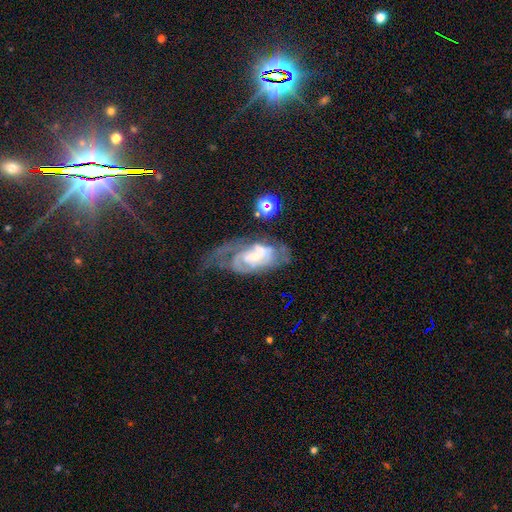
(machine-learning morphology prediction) Smooth or featured? Predicted: featured or disk (p=0.79). Edge-on disk? Predicted: no (p=0.94). Bar? Predicted: no (p=0.48). Spiral arms? Predicted: yes (p=0.89). Spiral winding? Predicted: tight (p=0.51). Spiral arm count? Predicted: 2 (p=0.40). Bulge size? Predicted: small (p=0.57). Merging? Predicted: none (p=0.40).